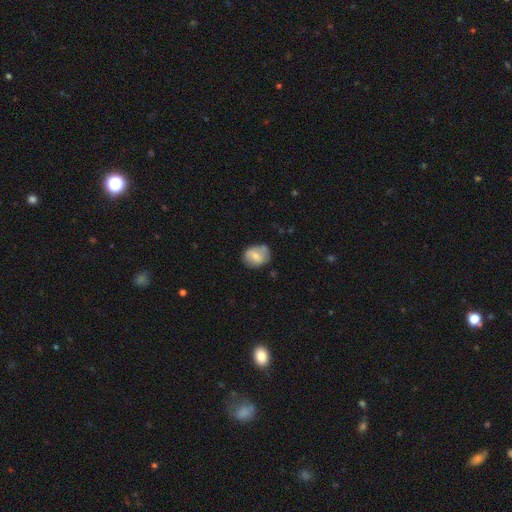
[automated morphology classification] Q: Smooth or featured?
A: smooth (63%); runner-up: featured or disk (29%)
Q: How rounded?
A: round (50%); runner-up: in between (48%)
Q: Merging?
A: none (63%); runner-up: minor disturbance (25%)